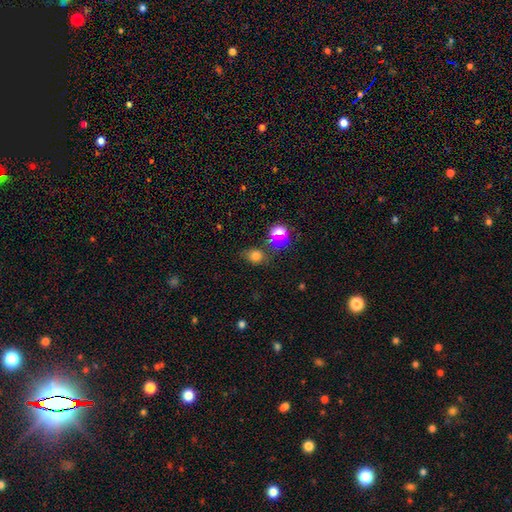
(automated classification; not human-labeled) smooth-or-featured: smooth: 73% | star or artifact: 20% | featured or disk: 7%
  how-rounded: round: 62% | in between: 37% | cigar-shaped: 1%
  merging: none: 65% | minor disturbance: 19% | merger: 8% | major disturbance: 7%